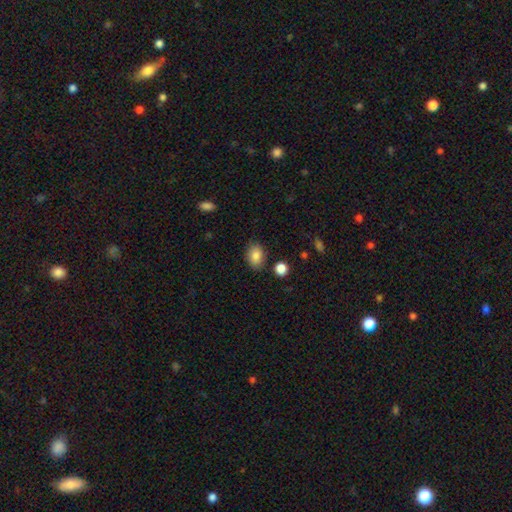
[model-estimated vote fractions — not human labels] A smooth galaxy with no disk features (84%) that is in between round and cigar-shaped (72%). Merging: none (81%).